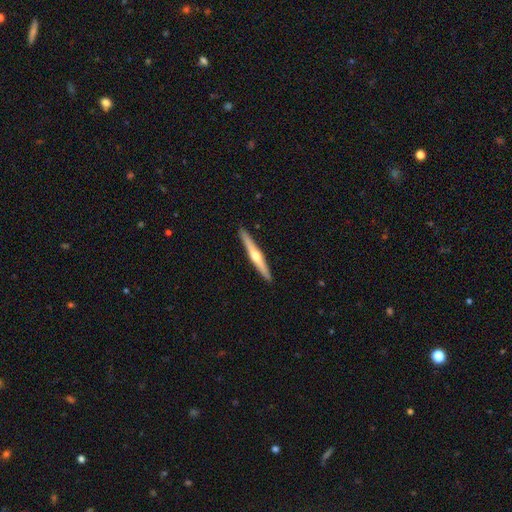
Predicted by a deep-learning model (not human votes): A featured or disk galaxy (67%) viewed edge-on (98%) with a rounded central bulge (89%). Merging: none (92%).